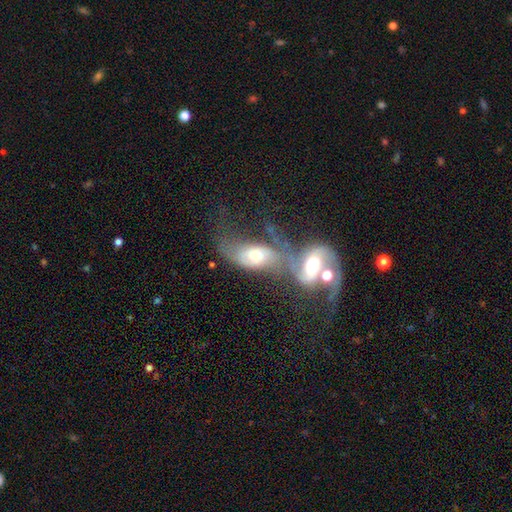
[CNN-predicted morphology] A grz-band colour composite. It shows a featured or disk galaxy (65%) with no bar (50%), spiral arms (82%) and a moderate central bulge (58%). Merging: merger (77%).